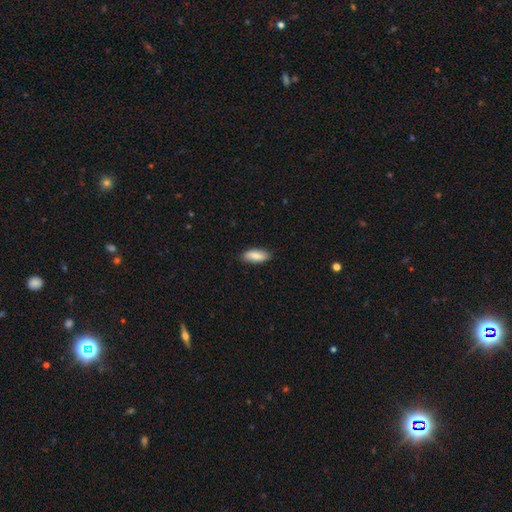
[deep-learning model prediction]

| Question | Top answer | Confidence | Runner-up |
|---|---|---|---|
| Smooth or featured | smooth | 83% | featured or disk (11%) |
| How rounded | in between | 83% | cigar-shaped (15%) |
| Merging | none | 84% | minor disturbance (13%) |